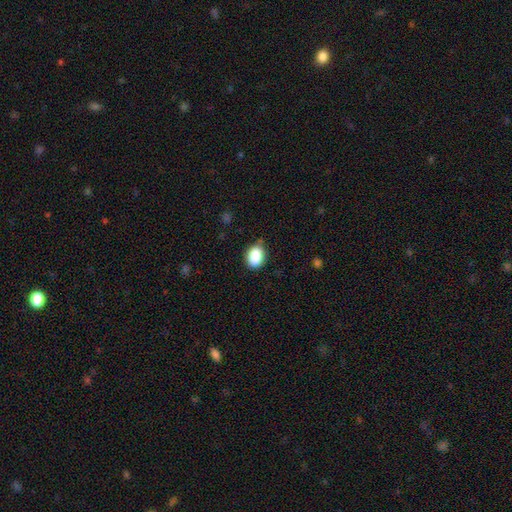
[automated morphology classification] Smooth or featured: smooth — 88% (star or artifact — 8%)
How rounded: in between — 74% (round — 25%)
Merging: none — 80% (minor disturbance — 15%)